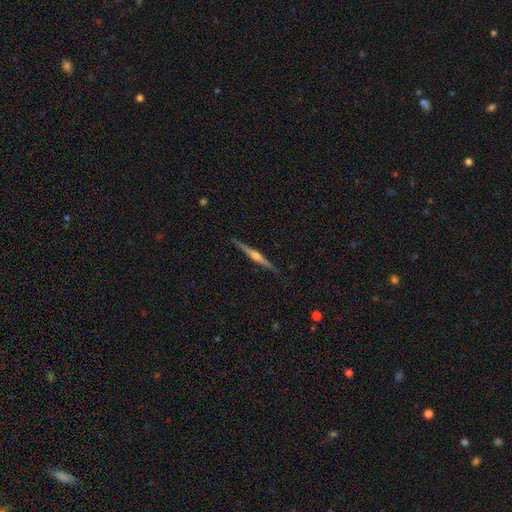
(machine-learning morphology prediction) The model was most divided on "smooth or featured": featured or disk: 79%, smooth: 16%, star or artifact: 5%. More confident: edge-on disk — yes (98%); merging — none (90%); edge-on bulge — rounded (86%).